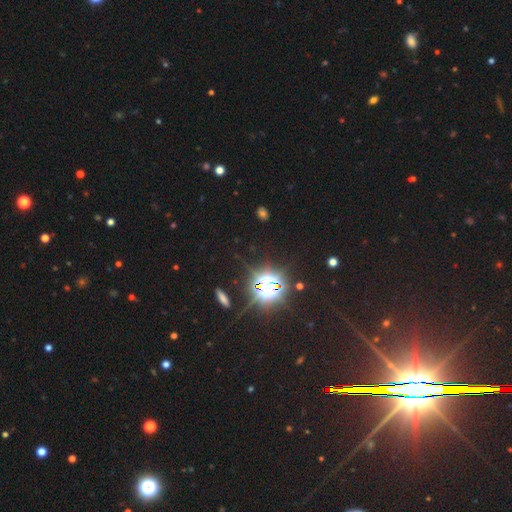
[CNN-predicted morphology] Smooth or featured? Predicted: star or artifact (p=0.84).